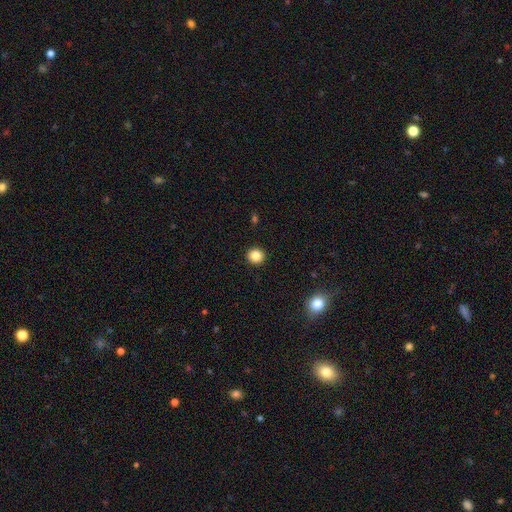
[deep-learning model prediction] smooth 85%, star or artifact 10%, featured or disk 5%. Down the decision tree: how rounded — round (92%); merging — none (93%).